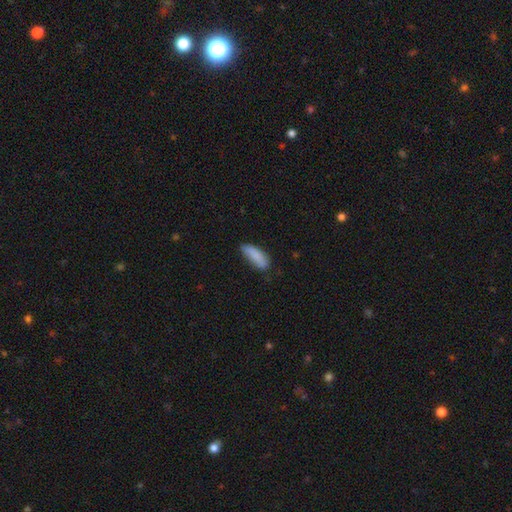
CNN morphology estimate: Smooth or featured?
  - smooth: 85% *
  - featured or disk: 8%
  - star or artifact: 7%
How rounded?
  - in between: 61% *
  - cigar-shaped: 37%
  - round: 2%
Merging?
  - none: 64% *
  - minor disturbance: 28%
  - major disturbance: 6%
  - merger: 2%